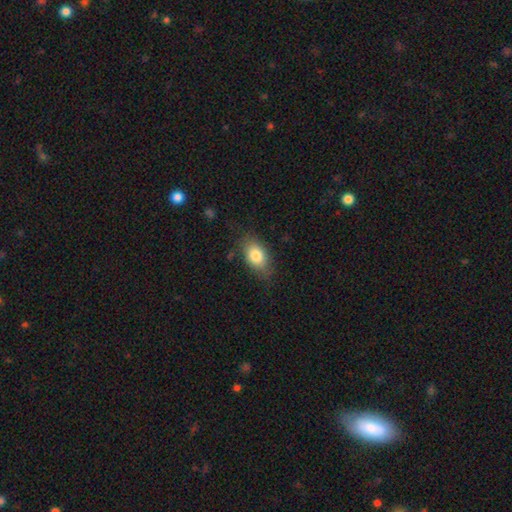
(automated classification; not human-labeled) Smooth or featured? Predicted: smooth (p=0.81). How rounded? Predicted: in between (p=0.86). Merging? Predicted: none (p=0.77).